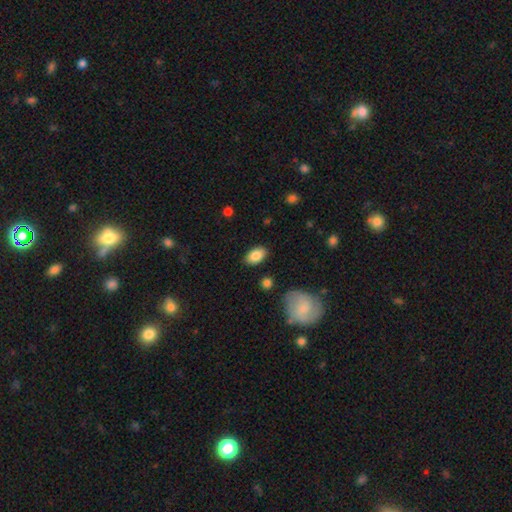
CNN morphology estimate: smooth 85%, featured or disk 8%, star or artifact 7%. Down the decision tree: how rounded — in between (92%); merging — none (86%).